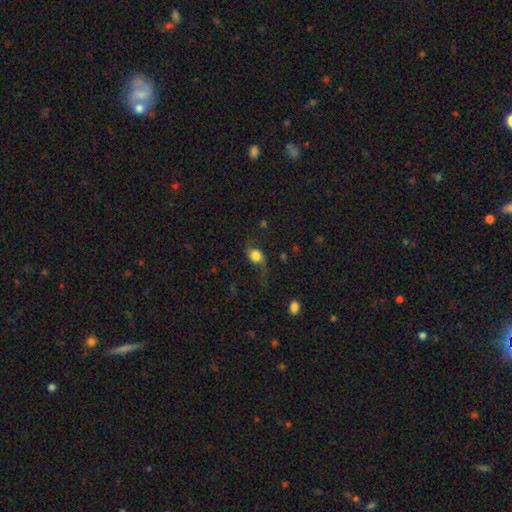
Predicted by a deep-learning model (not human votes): smooth 52%, featured or disk 37%, star or artifact 11%. Down the decision tree: how rounded — round (56%); merging — none (54%).